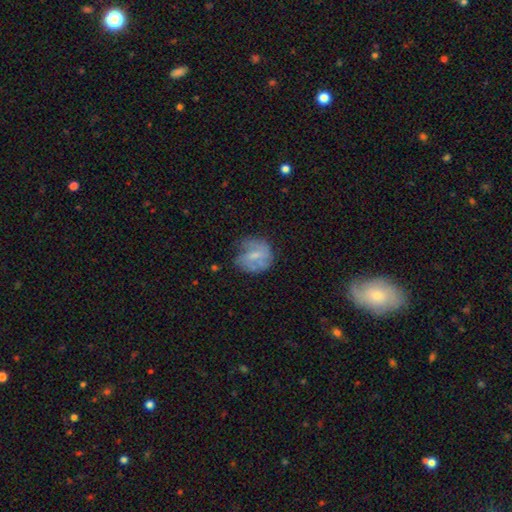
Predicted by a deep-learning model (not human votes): The model was most divided on "smooth or featured": featured or disk: 47%, smooth: 45%, star or artifact: 9%. More confident: merging — none (53%).